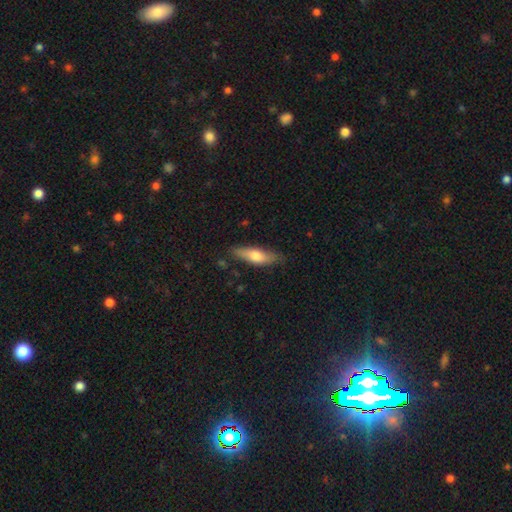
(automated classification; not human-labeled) Overall: smooth (66%; featured or disk 28%). How rounded: cigar-shaped (54%; in between 44%). Merging: none (79%).